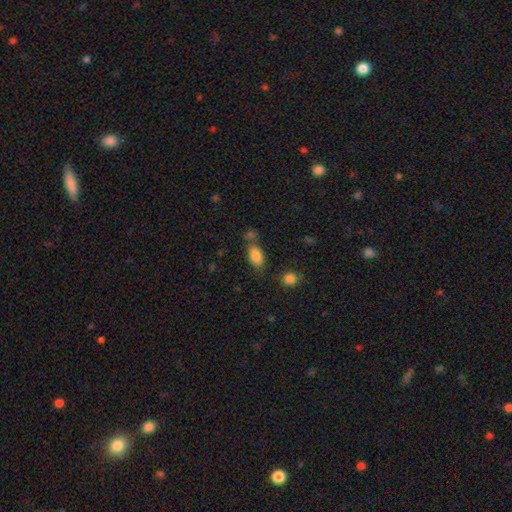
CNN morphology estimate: type=smooth (85%); roundness=in between (90%); merging=none (59%).